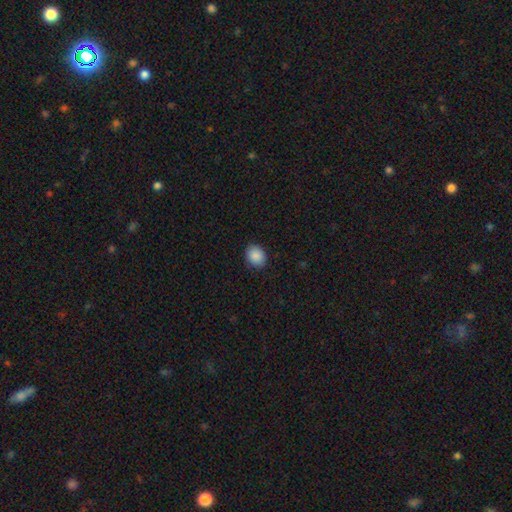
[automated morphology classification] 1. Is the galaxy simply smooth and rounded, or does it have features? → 89% smooth, 8% star or artifact, 3% featured or disk.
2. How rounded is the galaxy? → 54% round, 45% in between, 1% cigar-shaped.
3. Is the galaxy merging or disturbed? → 89% none, 8% minor disturbance, 2% major disturbance, 1% merger.